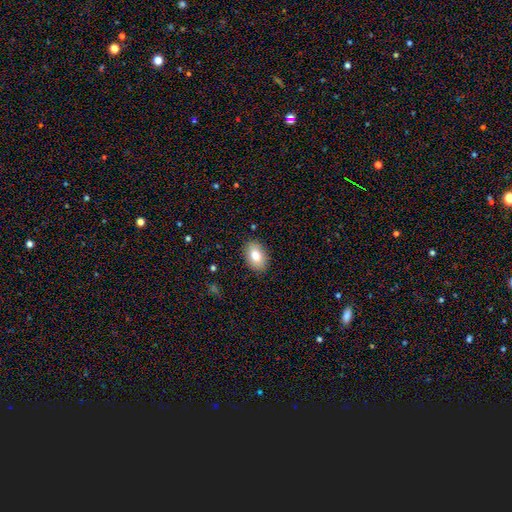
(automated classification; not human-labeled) smooth_or_featured: smooth (p=0.77) [alt: featured or disk p=0.15]
how_rounded: in between (p=0.86) [alt: round p=0.13]
merging: none (p=0.87) [alt: minor disturbance p=0.09]